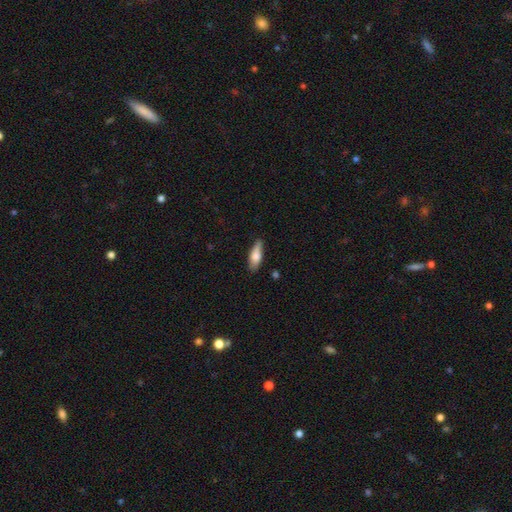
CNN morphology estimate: The model was most divided on "how rounded": in between: 56%, cigar-shaped: 42%, round: 2%. More confident: merging — none (81%); smooth or featured — smooth (71%).